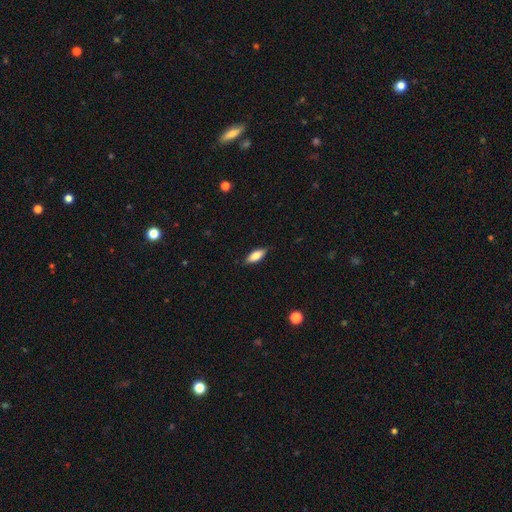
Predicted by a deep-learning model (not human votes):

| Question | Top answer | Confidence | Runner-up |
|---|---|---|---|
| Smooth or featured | smooth | 74% | featured or disk (20%) |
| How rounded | in between | 71% | cigar-shaped (26%) |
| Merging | none | 87% | minor disturbance (10%) |